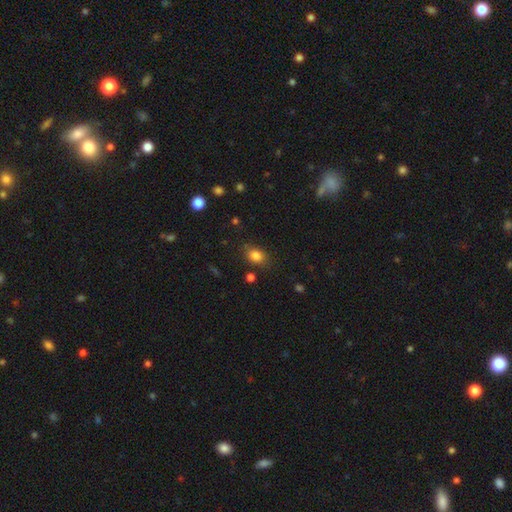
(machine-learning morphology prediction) Q: Smooth or featured?
A: smooth (83%); runner-up: star or artifact (11%)
Q: How rounded?
A: in between (67%); runner-up: round (32%)
Q: Merging?
A: none (79%); runner-up: minor disturbance (14%)